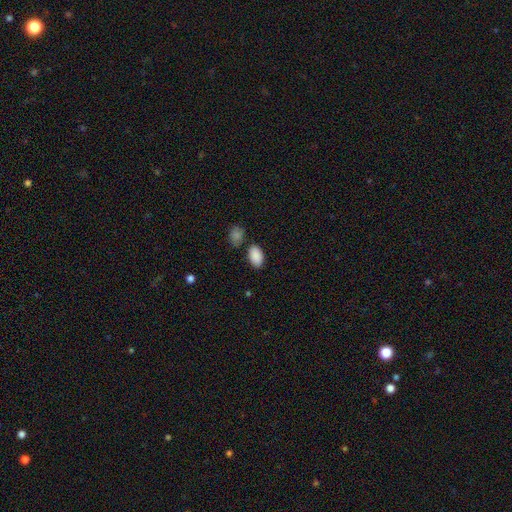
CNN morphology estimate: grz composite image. It shows a smooth galaxy with no disk features (89%) that is in between round and cigar-shaped (94%). Merging: none (79%).